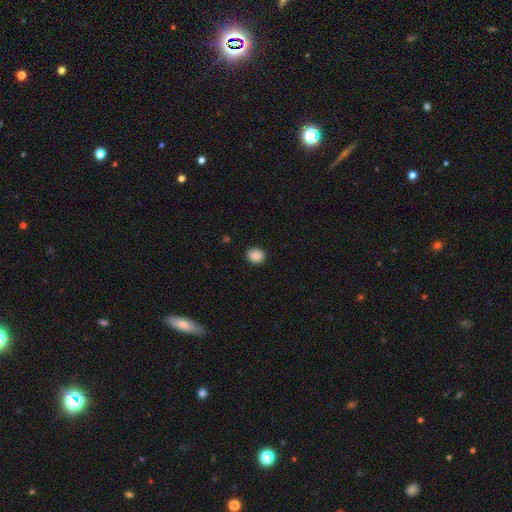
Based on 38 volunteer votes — Overall: smooth (84%). How rounded: round (69%; in between 31%). Merging: none (92%).